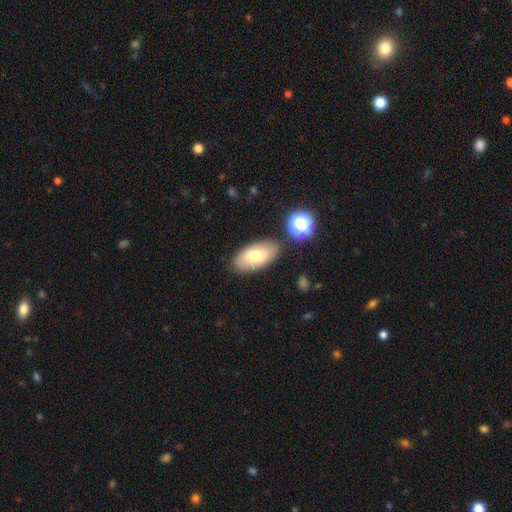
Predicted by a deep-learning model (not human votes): Smooth or featured?
  - smooth: 69% *
  - featured or disk: 23%
  - star or artifact: 8%
How rounded?
  - in between: 92% *
  - cigar-shaped: 4%
  - round: 4%
Merging?
  - none: 79% *
  - minor disturbance: 12%
  - merger: 5%
  - major disturbance: 3%